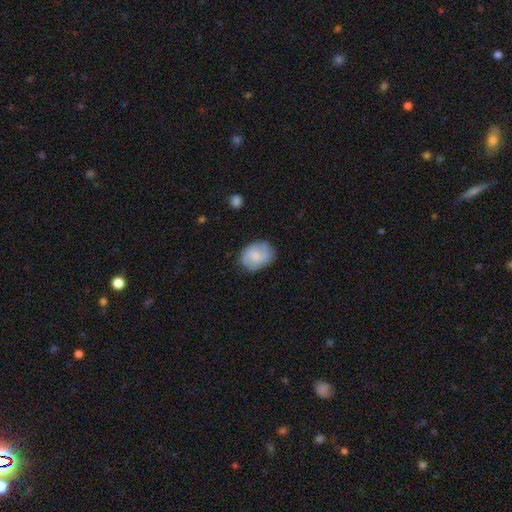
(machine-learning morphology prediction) Smooth or featured? smooth (60%)
How rounded? in between (60%)
Merging? none (74%)